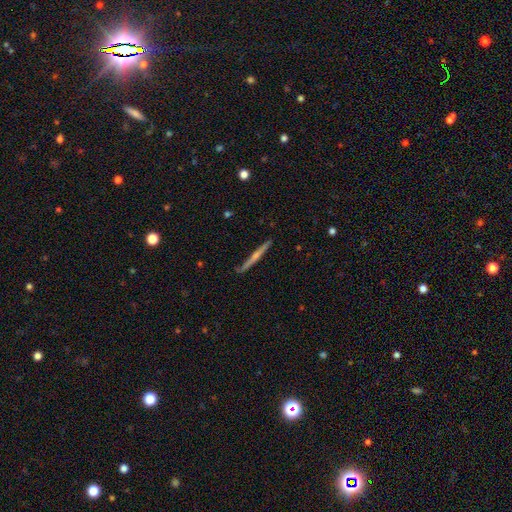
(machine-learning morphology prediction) featured or disk 67%, smooth 27%, star or artifact 6%. Down the decision tree: edge-on disk — yes (98%); edge-on bulge — rounded (53%); merging — none (89%).